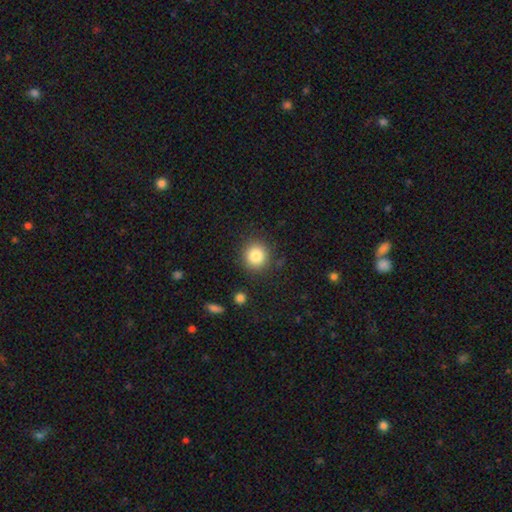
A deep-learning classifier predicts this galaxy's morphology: smooth 83%, star or artifact 10%, featured or disk 6%. Down the decision tree: how rounded — round (91%); merging — none (88%).